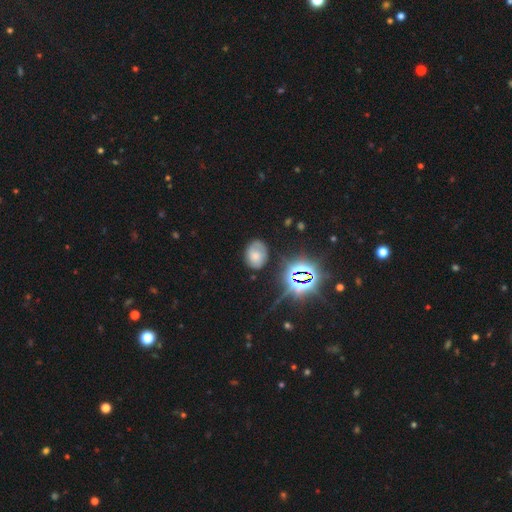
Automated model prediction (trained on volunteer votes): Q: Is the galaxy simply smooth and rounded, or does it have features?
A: smooth — 59%.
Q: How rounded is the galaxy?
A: in between — 67%.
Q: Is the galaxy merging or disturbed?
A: none — 70%.